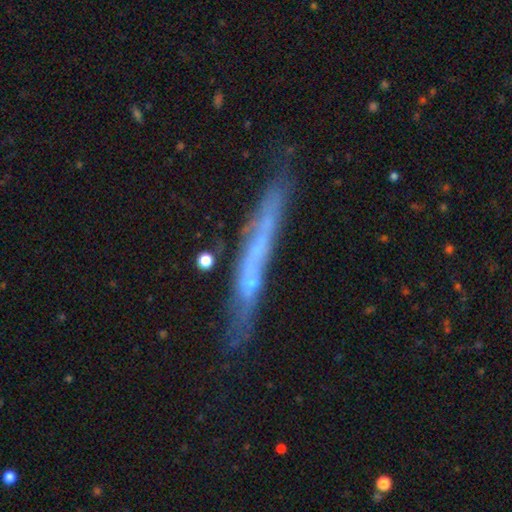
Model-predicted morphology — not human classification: Smooth or featured?
  - featured or disk: 59% *
  - smooth: 32%
  - star or artifact: 9%
Edge-on disk?
  - yes: 83% *
  - no: 17%
Merging?
  - none: 70% *
  - minor disturbance: 20%
  - major disturbance: 6%
  - merger: 4%